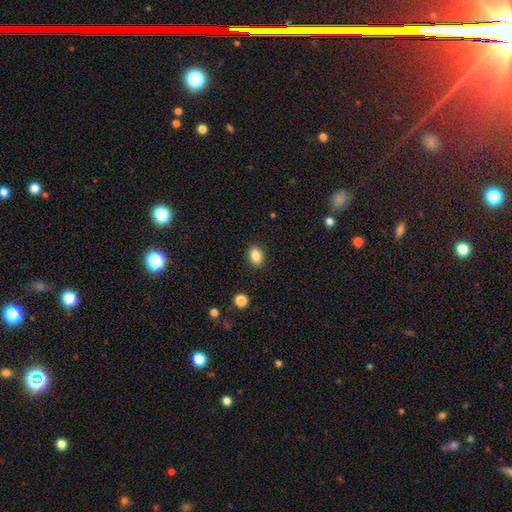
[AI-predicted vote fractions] Overall: smooth (85%). How rounded: in between (69%; round 30%). Merging: none (89%).